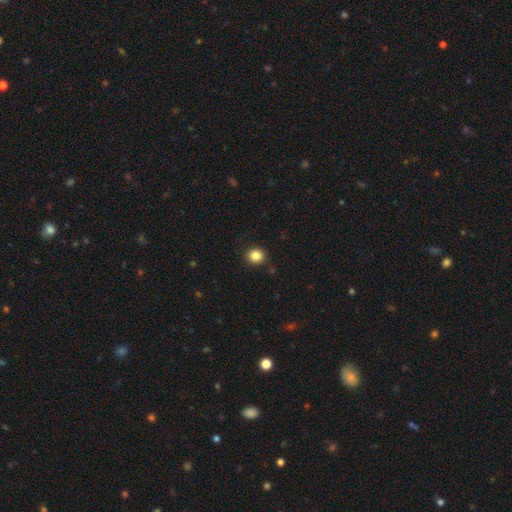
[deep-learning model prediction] Q: Smooth or featured?
A: smooth (85%); runner-up: star or artifact (11%)
Q: How rounded?
A: round (82%); runner-up: in between (17%)
Q: Merging?
A: none (89%); runner-up: minor disturbance (7%)